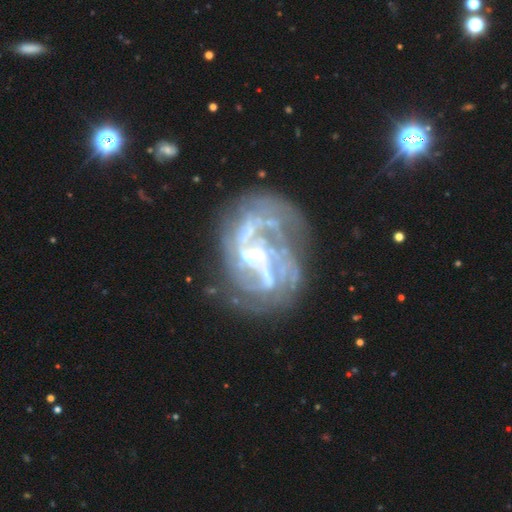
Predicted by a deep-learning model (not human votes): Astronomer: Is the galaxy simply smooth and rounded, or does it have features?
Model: featured or disk — 85%.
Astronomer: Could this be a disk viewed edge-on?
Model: no — 98%.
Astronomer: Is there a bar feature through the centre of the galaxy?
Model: weak — 39% (runner-up: no, 33%).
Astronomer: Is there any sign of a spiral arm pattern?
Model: yes — 81%.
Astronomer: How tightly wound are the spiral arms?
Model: medium — 42% (runner-up: tight, 29%).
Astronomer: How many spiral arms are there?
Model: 2 — 34% (runner-up: can't tell, 30%).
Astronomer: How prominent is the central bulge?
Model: small — 48% (runner-up: moderate, 26%).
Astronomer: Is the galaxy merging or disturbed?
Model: none — 46% (runner-up: major disturbance, 28%).